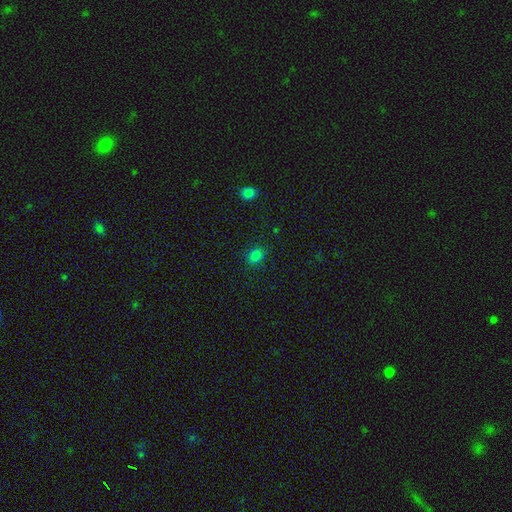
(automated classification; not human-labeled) Q: Smooth or featured?
A: smooth (81%); runner-up: star or artifact (15%)
Q: How rounded?
A: round (51%); runner-up: in between (47%)
Q: Merging?
A: none (85%); runner-up: minor disturbance (11%)